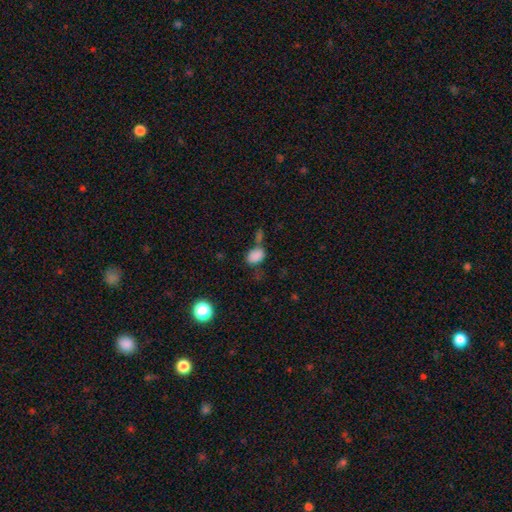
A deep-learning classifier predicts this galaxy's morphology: This appears to be a smooth galaxy with no disk features (82%) that is in between round and cigar-shaped (82%). Merging: none (42%).